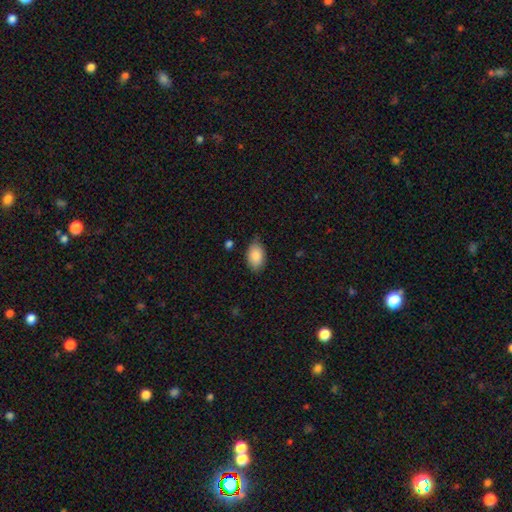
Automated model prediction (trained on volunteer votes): Overall: smooth (87%). How rounded: in between (91%). Merging: none (76%).